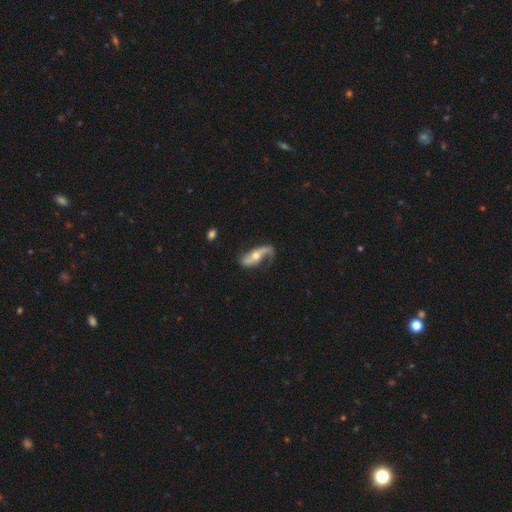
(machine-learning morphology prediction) Smooth or featured?
  - featured or disk: 78% *
  - smooth: 17%
  - star or artifact: 5%
Edge-on disk?
  - no: 87% *
  - yes: 13%
Bar?
  - no: 48% *
  - strong: 26%
  - weak: 26%
Spiral arms?
  - yes: 91% *
  - no: 9%
Spiral winding?
  - loose: 70% *
  - medium: 21%
  - tight: 9%
Spiral arm count?
  - 2: 72% *
  - 1: 22%
  - can't tell: 4%
  - 3: 1%
  - 4: 1%
  - more than 4: 1%
Bulge size?
  - moderate: 61% *
  - small: 32%
  - large: 4%
  - none: 2%
  - dominant: 1%
Merging?
  - none: 56% *
  - minor disturbance: 24%
  - major disturbance: 18%
  - merger: 3%